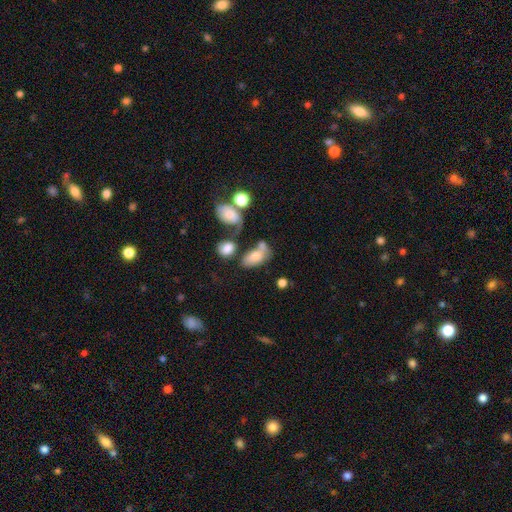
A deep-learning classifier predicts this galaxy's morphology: Q: Smooth or featured?
A: smooth (71%); runner-up: featured or disk (19%)
Q: How rounded?
A: in between (90%); runner-up: round (6%)
Q: Merging?
A: none (38%); runner-up: merger (29%)